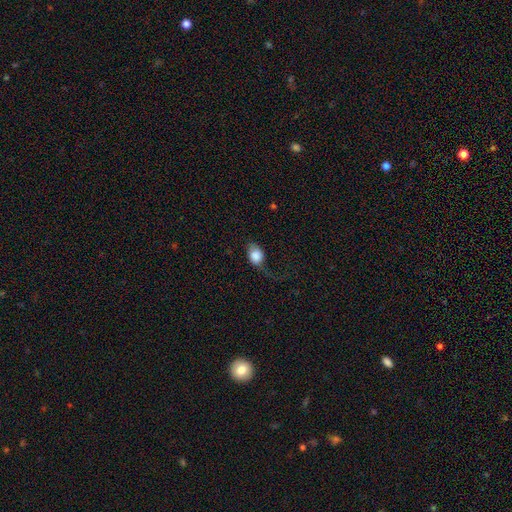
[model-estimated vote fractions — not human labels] Q: Smooth or featured?
A: smooth (78%); runner-up: featured or disk (14%)
Q: How rounded?
A: in between (58%); runner-up: round (41%)
Q: Merging?
A: major disturbance (36%); runner-up: none (34%)